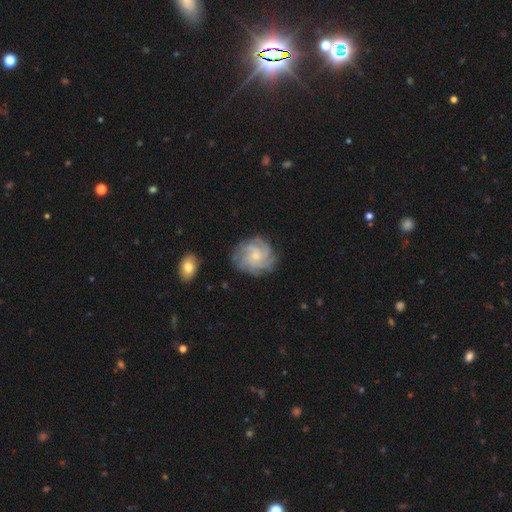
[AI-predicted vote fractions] Q: Smooth or featured?
A: featured or disk (81%); runner-up: smooth (11%)
Q: Edge-on disk?
A: no (98%); runner-up: yes (2%)
Q: Bar?
A: no (74%); runner-up: weak (22%)
Q: Spiral arms?
A: yes (97%); runner-up: no (3%)
Q: Spiral winding?
A: tight (58%); runner-up: medium (32%)
Q: Spiral arm count?
A: 4 (33%); runner-up: more than 4 (21%)
Q: Bulge size?
A: small (74%); runner-up: moderate (21%)
Q: Merging?
A: none (81%); runner-up: minor disturbance (13%)